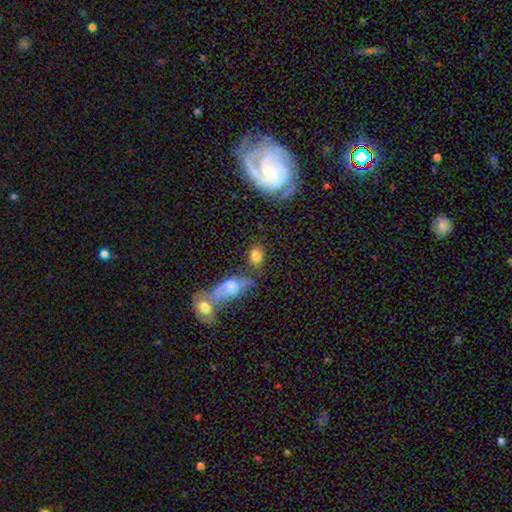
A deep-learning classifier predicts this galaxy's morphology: smooth-or-featured: smooth: 78% | featured or disk: 11% | star or artifact: 11%
  how-rounded: in between: 62% | round: 35% | cigar-shaped: 3%
  merging: none: 66% | merger: 15% | minor disturbance: 14% | major disturbance: 6%